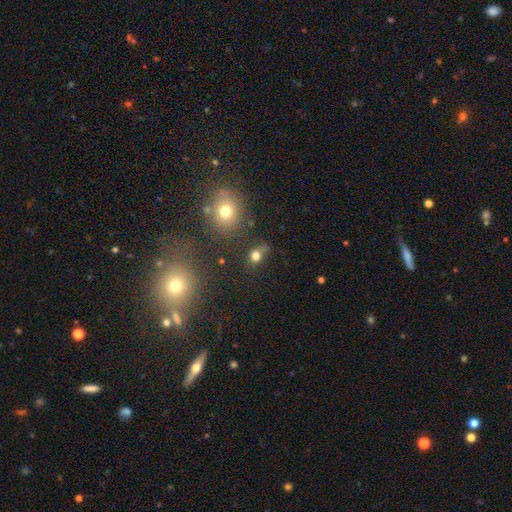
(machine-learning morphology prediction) Smooth or featured: smooth — 75% (star or artifact — 17%)
How rounded: round — 58% (in between — 40%)
Merging: none — 64% (minor disturbance — 18%)